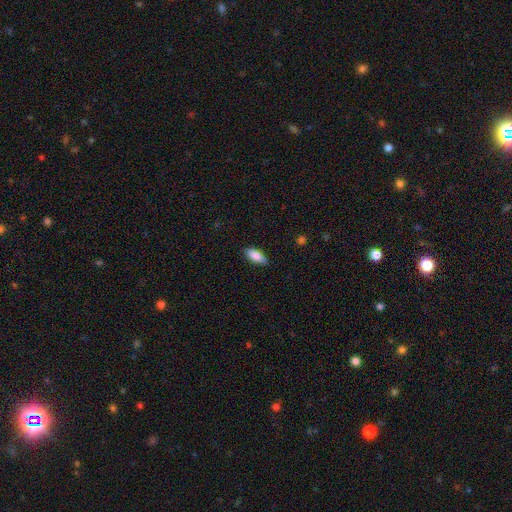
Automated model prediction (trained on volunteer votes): The model was most divided on "merging": none: 84%, minor disturbance: 13%, major disturbance: 2%, merger: 1%. More confident: smooth or featured — smooth (85%); how rounded — in between (85%).